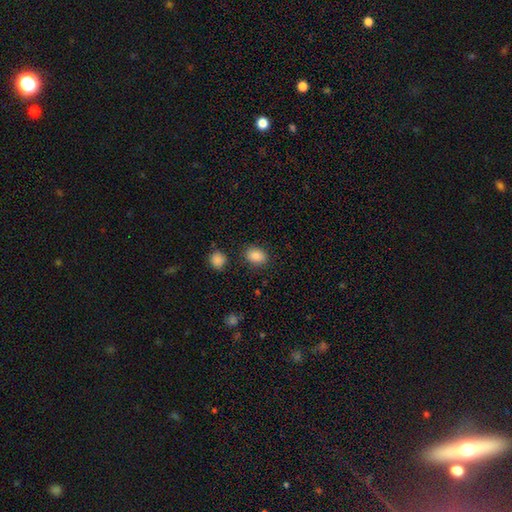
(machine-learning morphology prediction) type=smooth (86%); roundness=in between (71%); merging=none (84%).